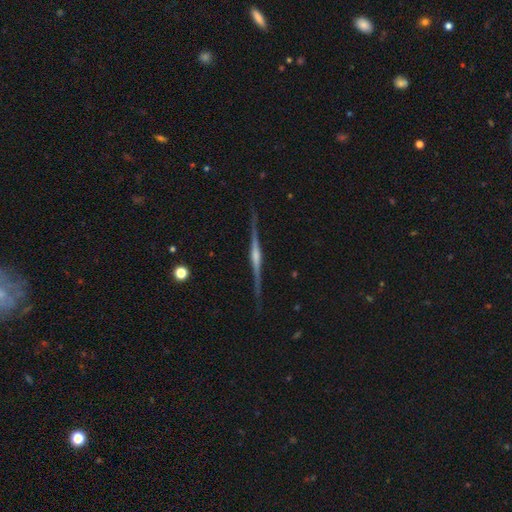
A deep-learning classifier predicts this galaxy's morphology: Q: Smooth or featured?
A: featured or disk (84%); runner-up: smooth (10%)
Q: Edge-on disk?
A: yes (98%); runner-up: no (2%)
Q: Edge-on bulge?
A: rounded (70%); runner-up: boxy (17%)
Q: Merging?
A: none (88%); runner-up: minor disturbance (9%)